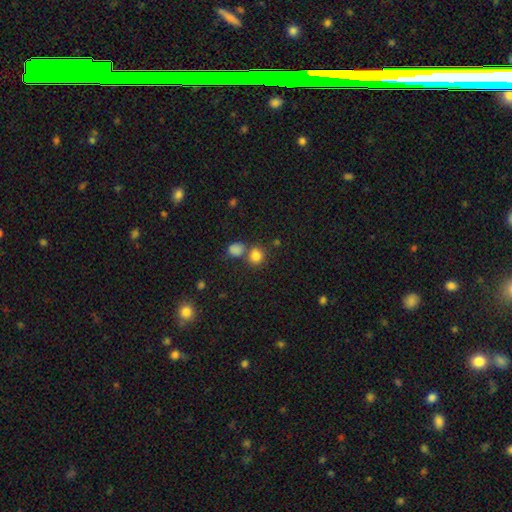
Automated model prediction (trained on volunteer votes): smooth 82%, star or artifact 12%, featured or disk 6%. Down the decision tree: how rounded — round (80%); merging — none (60%).